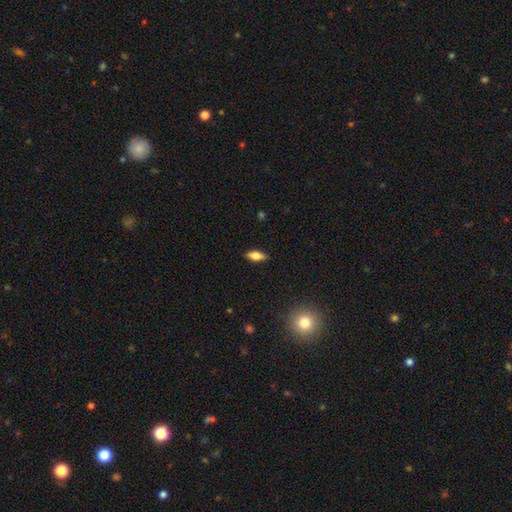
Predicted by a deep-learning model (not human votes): Morphology: type=smooth (76%); roundness=in between (80%); merging=none (87%).